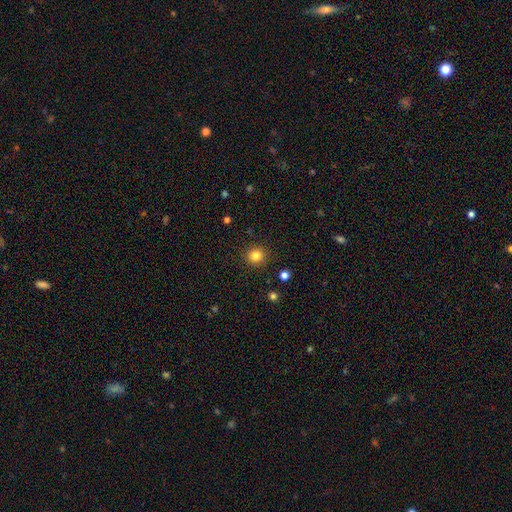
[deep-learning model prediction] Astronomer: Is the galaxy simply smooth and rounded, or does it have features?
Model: smooth — 83%.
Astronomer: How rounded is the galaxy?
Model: round — 90%.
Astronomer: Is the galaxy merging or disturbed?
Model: none — 91%.